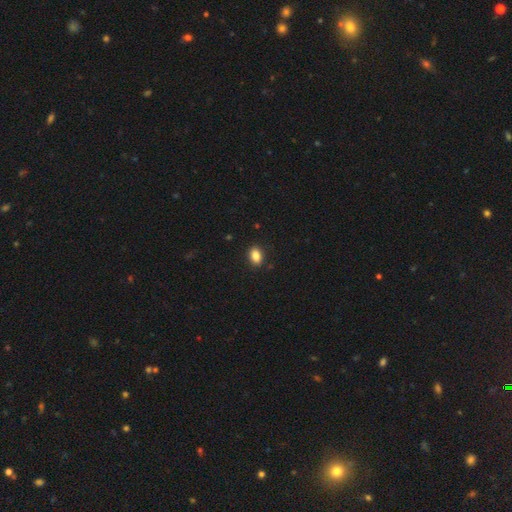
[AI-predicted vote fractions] Smooth or featured? Predicted: smooth (p=0.87). How rounded? Predicted: in between (p=0.83). Merging? Predicted: none (p=0.89).